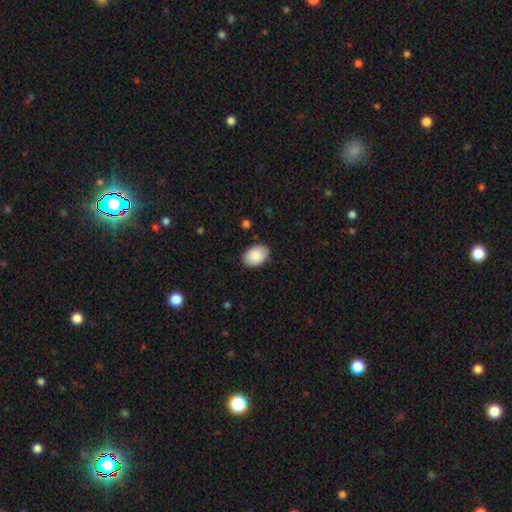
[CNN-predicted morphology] Smooth or featured: smooth — 89% (star or artifact — 6%)
How rounded: in between — 85% (round — 14%)
Merging: none — 87% (minor disturbance — 10%)